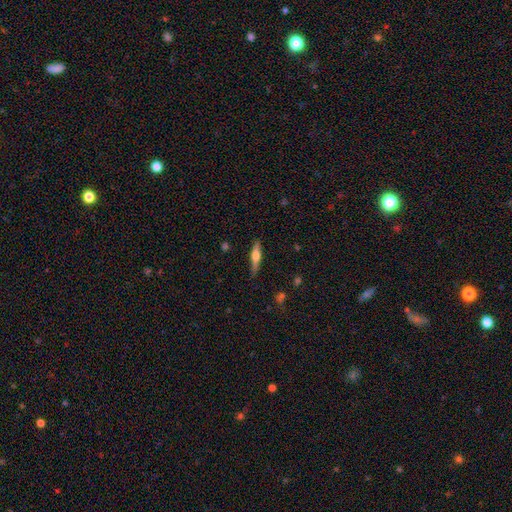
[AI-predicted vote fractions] This is possibly a featured or disk galaxy (48%). Merging: clearly none (83%).